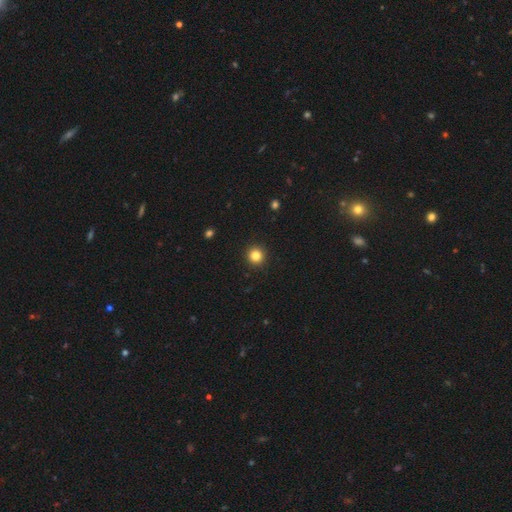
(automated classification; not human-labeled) smooth-or-featured: smooth: 83% | star or artifact: 12% | featured or disk: 5%
  how-rounded: round: 95% | in between: 4% | cigar-shaped: 1%
  merging: none: 93% | minor disturbance: 4% | major disturbance: 2% | merger: 1%